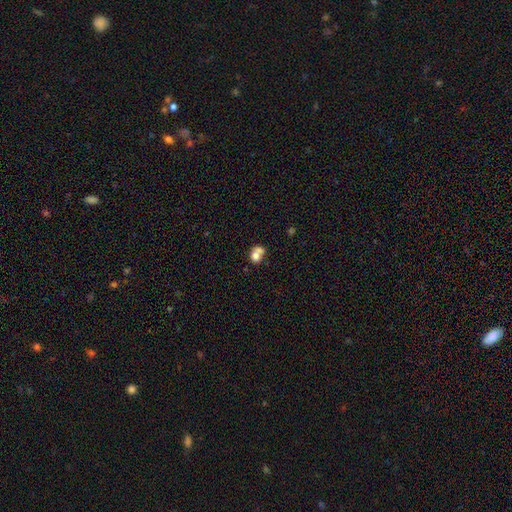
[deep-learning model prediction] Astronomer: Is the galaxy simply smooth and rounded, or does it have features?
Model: smooth — 71%.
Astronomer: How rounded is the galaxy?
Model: round — 60% (runner-up: in between, 39%).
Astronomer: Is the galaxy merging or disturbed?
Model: merger — 59%.